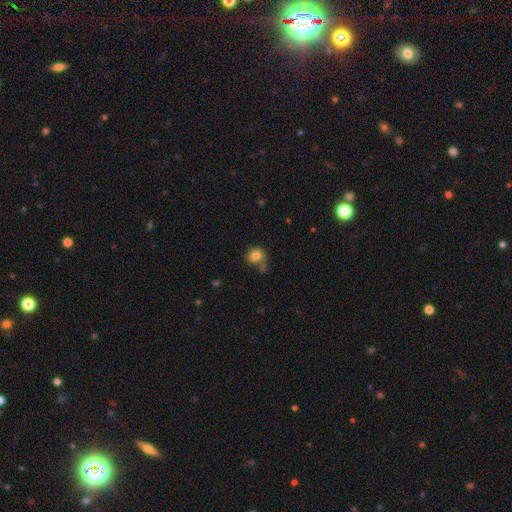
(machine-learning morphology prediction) smooth_or_featured: smooth (p=0.82) [alt: star or artifact p=0.10]
how_rounded: round (p=0.77) [alt: in between p=0.22]
merging: none (p=0.59) [alt: minor disturbance p=0.19]